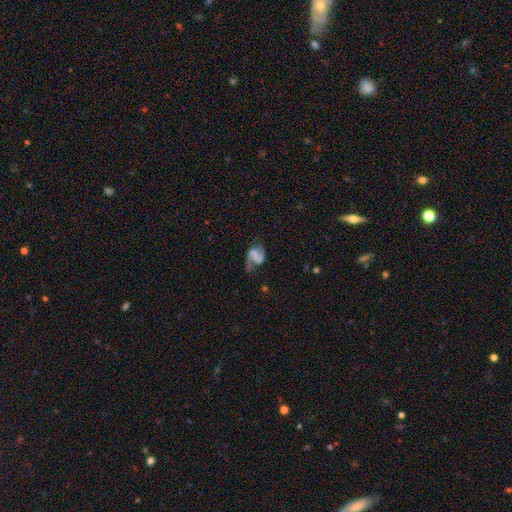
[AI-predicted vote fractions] Smooth or featured? Predicted: featured or disk (p=0.73). Edge-on disk? Predicted: no (p=0.98). Bar? Predicted: strong (p=0.41). Spiral arms? Predicted: yes (p=0.88). Spiral winding? Predicted: loose (p=0.55). Spiral arm count? Predicted: 2 (p=0.81). Bulge size? Predicted: none (p=0.67). Merging? Predicted: none (p=0.55).